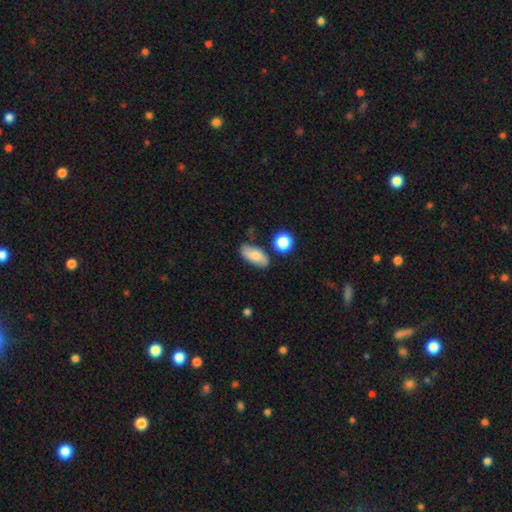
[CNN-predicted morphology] A smooth galaxy with no disk features (65%) that is in between round and cigar-shaped (87%). Merging: none (71%).